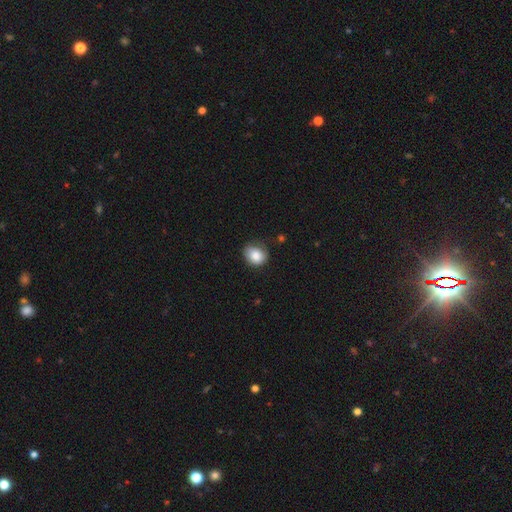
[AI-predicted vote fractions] Smooth or featured: smooth — 85% (star or artifact — 8%)
How rounded: round — 61% (in between — 38%)
Merging: none — 65% (minor disturbance — 27%)